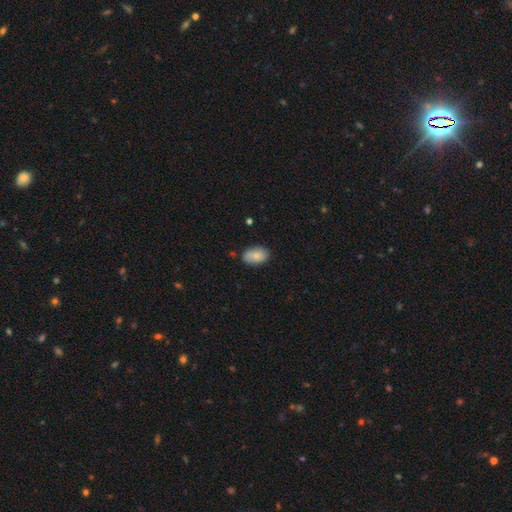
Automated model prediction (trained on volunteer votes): Smooth or featured? Predicted: smooth (p=0.80). How rounded? Predicted: in between (p=0.91). Merging? Predicted: none (p=0.76).